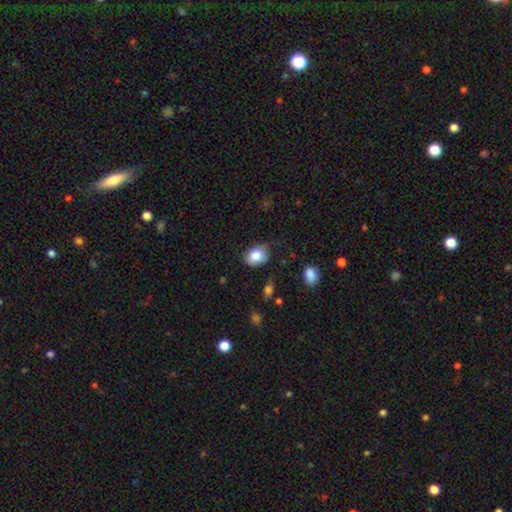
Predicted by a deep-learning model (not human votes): smooth_or_featured: smooth (p=0.80) [alt: featured or disk p=0.12]
how_rounded: in between (p=0.59) [alt: round p=0.40]
merging: none (p=0.59) [alt: minor disturbance p=0.31]